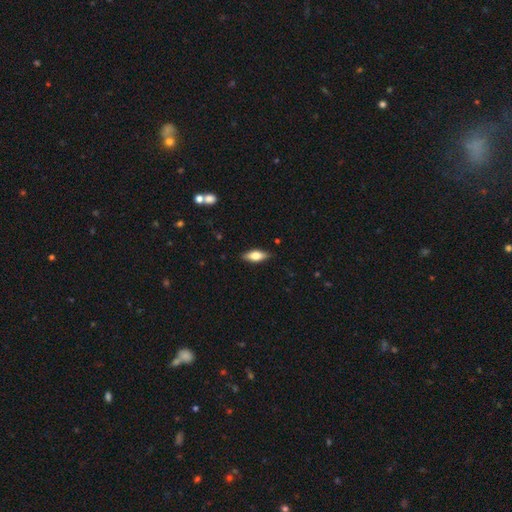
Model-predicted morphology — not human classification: Smooth or featured: smooth — 66% (featured or disk — 28%)
How rounded: in between — 75% (cigar-shaped — 23%)
Merging: none — 86% (minor disturbance — 10%)